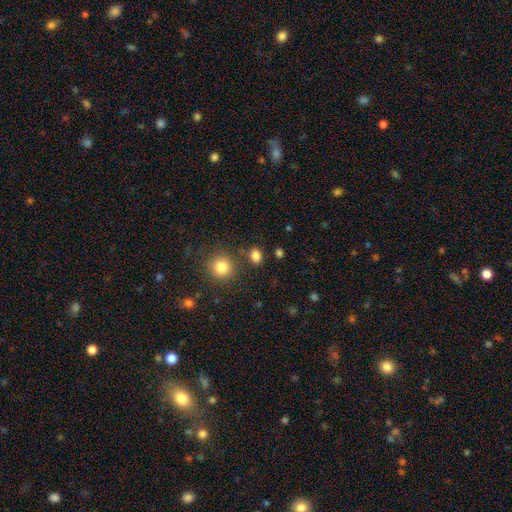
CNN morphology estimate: This appears to be a smooth galaxy with no disk features (83%) that is in between round and cigar-shaped (58%). Merging: none (80%).